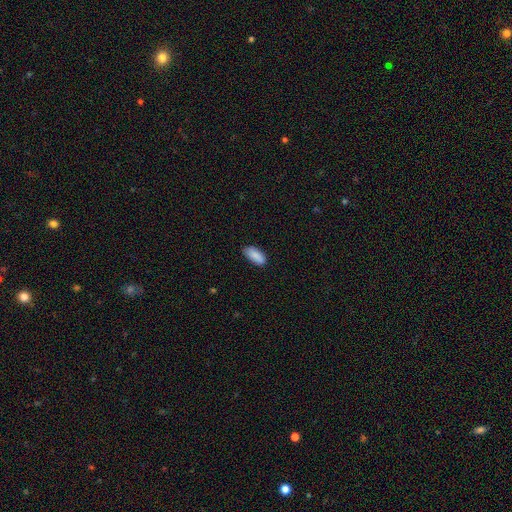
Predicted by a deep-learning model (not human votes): This is clearly a smooth galaxy (88%). How rounded: clearly in between (87%). Merging: clearly none (81%).